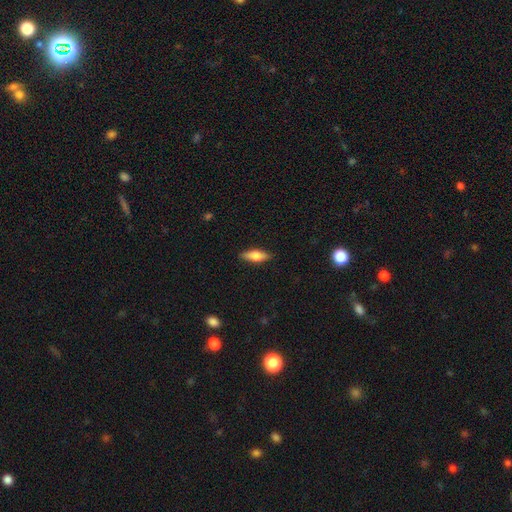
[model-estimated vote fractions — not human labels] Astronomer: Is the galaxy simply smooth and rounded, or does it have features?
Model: smooth — 65%.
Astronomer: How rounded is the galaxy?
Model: in between — 56% (runner-up: cigar-shaped, 41%).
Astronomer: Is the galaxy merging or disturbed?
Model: none — 87%.